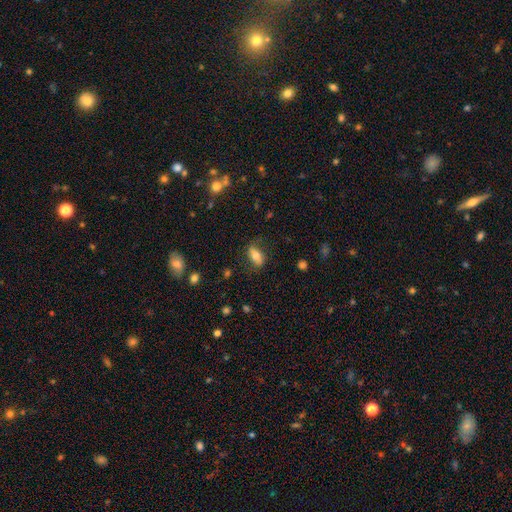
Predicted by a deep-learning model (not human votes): smooth 64%, featured or disk 28%, star or artifact 8%. Down the decision tree: how rounded — in between (81%); merging — none (72%).